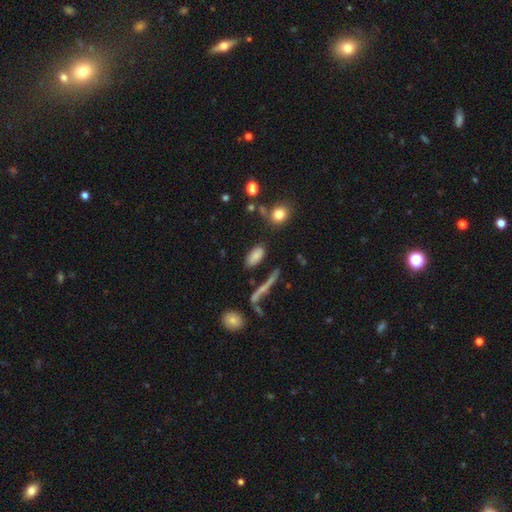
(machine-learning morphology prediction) A smooth galaxy with no disk features (78%) that is in between round and cigar-shaped (88%).

Vote fractions:
- Smooth or featured? smooth: 78% / featured or disk: 12% / star or artifact: 10%
- How rounded? in between: 88% / cigar-shaped: 7% / round: 5%
- Merging? none: 68% / minor disturbance: 16% / merger: 9% / major disturbance: 7%